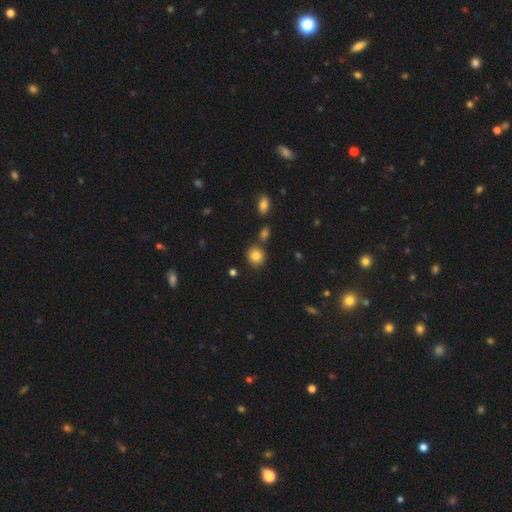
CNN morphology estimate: This appears to be a smooth galaxy with no disk features (85%) that is round (83%). Merging: none (77%).